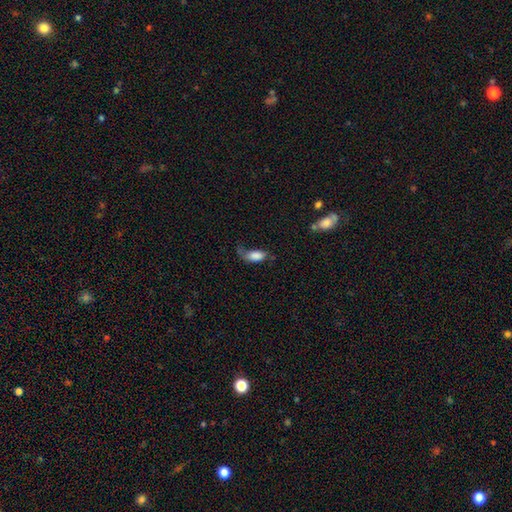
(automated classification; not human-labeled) smooth_or_featured: smooth (p=0.80) [alt: featured or disk p=0.12]
how_rounded: in between (p=0.89) [alt: cigar-shaped p=0.07]
merging: major disturbance (p=0.33) [alt: none p=0.31]